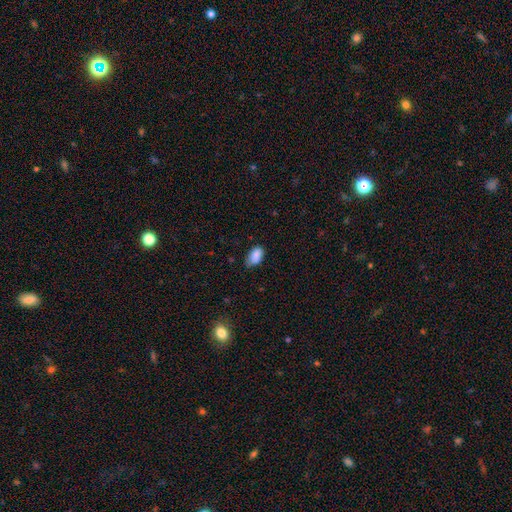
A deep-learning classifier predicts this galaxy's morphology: smooth-or-featured: smooth: 86% | star or artifact: 8% | featured or disk: 6%
  how-rounded: in between: 93% | round: 5% | cigar-shaped: 2%
  merging: none: 61% | minor disturbance: 31% | major disturbance: 5% | merger: 2%